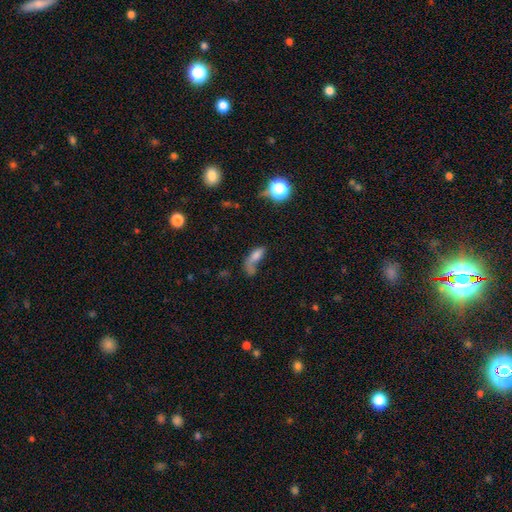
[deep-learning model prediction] This is possibly a smooth galaxy (59%). How rounded: likely in between (64%). Merging: marginally major disturbance (38%).